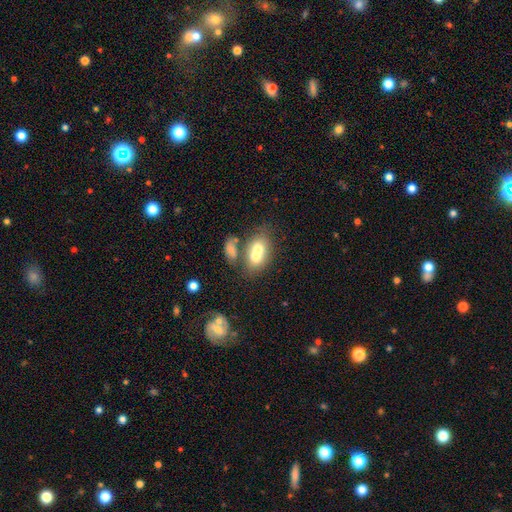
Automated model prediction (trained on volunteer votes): Smooth or featured: smooth — 64% (featured or disk — 27%)
How rounded: in between — 70% (round — 28%)
Merging: merger — 62% (none — 24%)